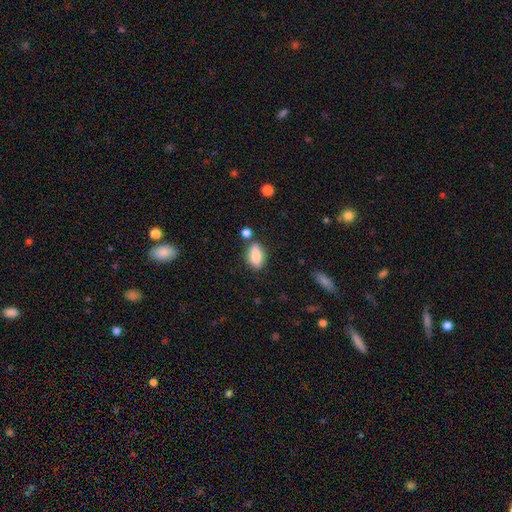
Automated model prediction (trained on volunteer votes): smooth-or-featured: smooth: 84% | featured or disk: 9% | star or artifact: 7%
  how-rounded: in between: 86% | cigar-shaped: 7% | round: 7%
  merging: none: 69% | minor disturbance: 16% | merger: 10% | major disturbance: 4%